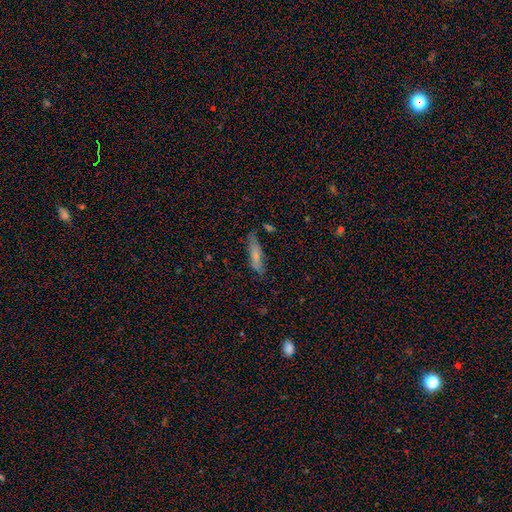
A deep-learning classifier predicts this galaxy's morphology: This appears to be a smooth galaxy with no disk features (70%) that is cigar-shaped (66%). Merging: none (72%).